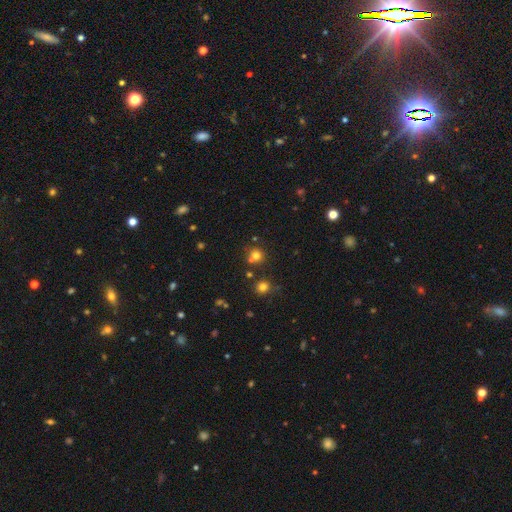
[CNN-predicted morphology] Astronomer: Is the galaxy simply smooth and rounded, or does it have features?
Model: smooth — 72%.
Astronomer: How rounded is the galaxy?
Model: round — 90%.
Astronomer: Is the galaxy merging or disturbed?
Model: none — 70%.